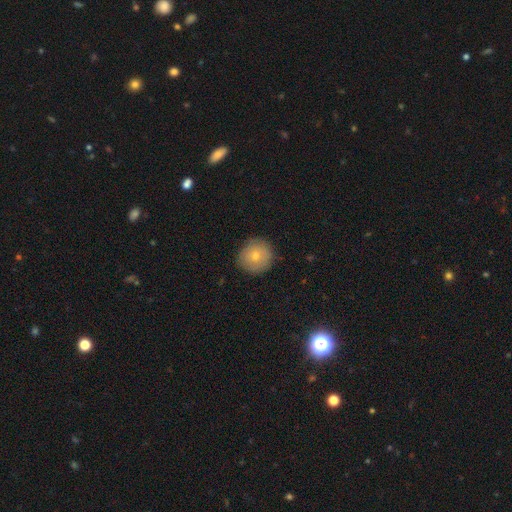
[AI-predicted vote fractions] This is likely a smooth galaxy (74%). How rounded: clearly round (93%). Merging: clearly none (87%).